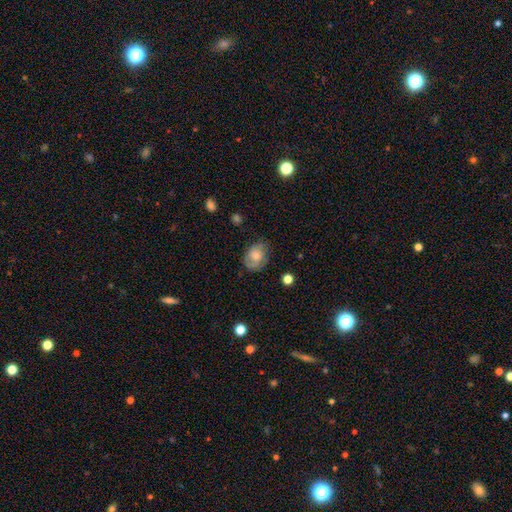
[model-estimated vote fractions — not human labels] This is possibly a smooth galaxy (53%). How rounded: likely in between (64%). Merging: likely none (68%).